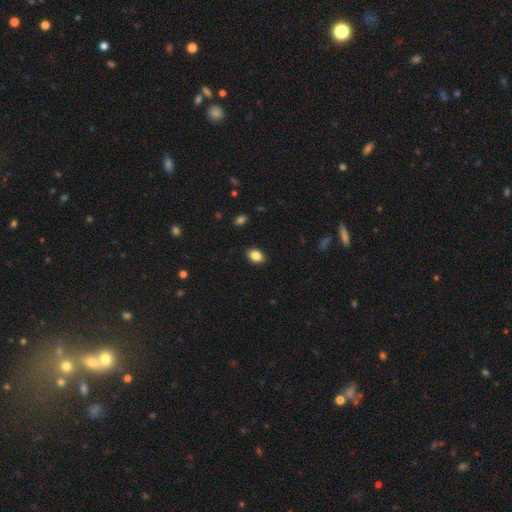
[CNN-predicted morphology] This is clearly a smooth galaxy (86%). How rounded: likely in between (77%). Merging: clearly none (89%).